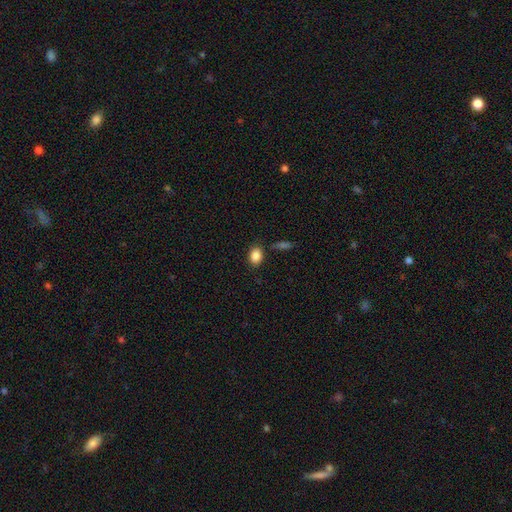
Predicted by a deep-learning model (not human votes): A smooth galaxy with no disk features (87%) that is in between round and cigar-shaped (71%). Merging: none (80%).